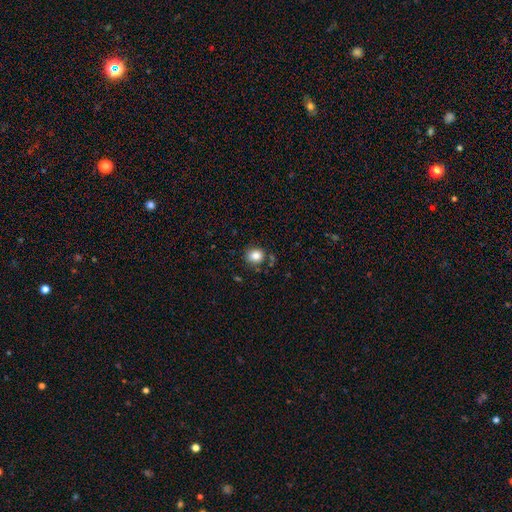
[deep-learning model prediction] Smooth or featured?
  - smooth: 84% *
  - star or artifact: 10%
  - featured or disk: 6%
How rounded?
  - round: 80% *
  - in between: 19%
  - cigar-shaped: 1%
Merging?
  - none: 81% *
  - minor disturbance: 12%
  - merger: 4%
  - major disturbance: 3%